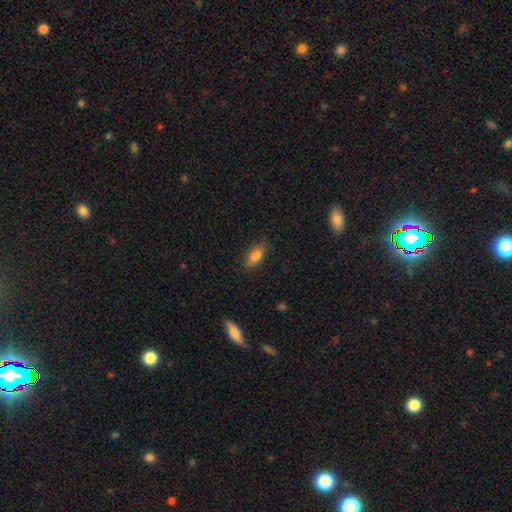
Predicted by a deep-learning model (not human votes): Overall: smooth (83%). How rounded: in between (87%). Merging: none (83%).